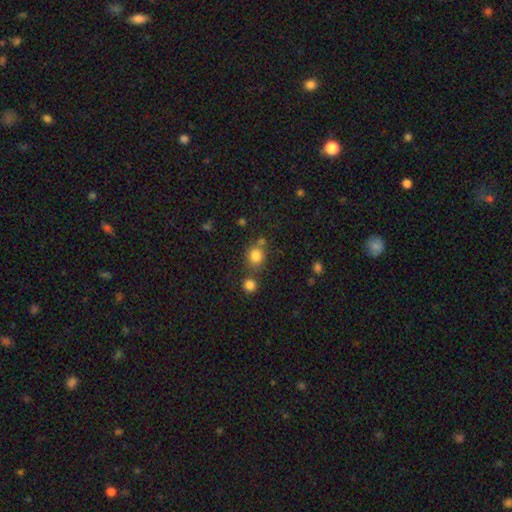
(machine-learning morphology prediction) This is clearly a smooth galaxy (82%). How rounded: likely round (76%). Merging: likely none (66%).